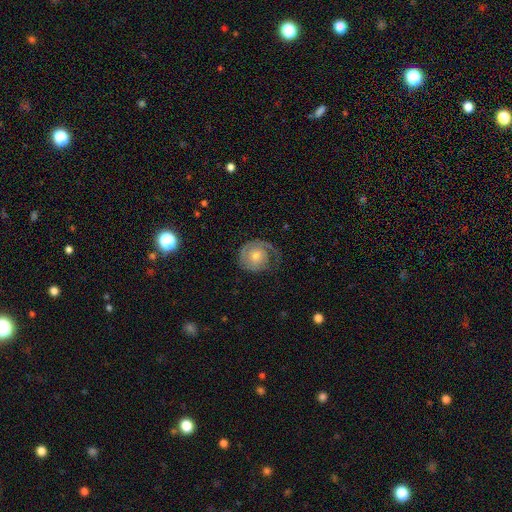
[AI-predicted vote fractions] Smooth or featured?
  - featured or disk: 76% *
  - smooth: 17%
  - star or artifact: 7%
Edge-on disk?
  - no: 98% *
  - yes: 2%
Bar?
  - no: 78% *
  - weak: 19%
  - strong: 3%
Spiral arms?
  - yes: 92% *
  - no: 8%
Spiral winding?
  - tight: 63% *
  - medium: 26%
  - loose: 11%
Spiral arm count?
  - 1: 51% *
  - 2: 30%
  - can't tell: 12%
  - 3: 4%
  - 4: 2%
  - more than 4: 2%
Bulge size?
  - moderate: 48% *
  - small: 45%
  - large: 4%
  - none: 2%
  - dominant: 1%
Merging?
  - none: 63% *
  - minor disturbance: 19%
  - major disturbance: 16%
  - merger: 1%